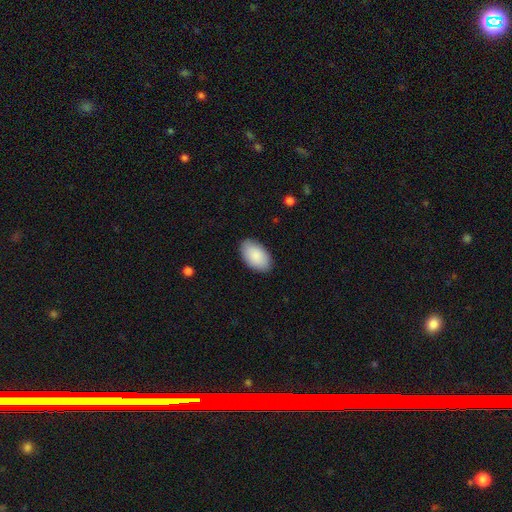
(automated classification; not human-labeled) A smooth galaxy with no disk features (89%) that is in between round and cigar-shaped (95%).

Vote fractions:
- Smooth or featured? smooth: 89% / featured or disk: 5% / star or artifact: 5%
- How rounded? in between: 95% / round: 4% / cigar-shaped: 1%
- Merging? none: 87% / minor disturbance: 10% / major disturbance: 2% / merger: 1%